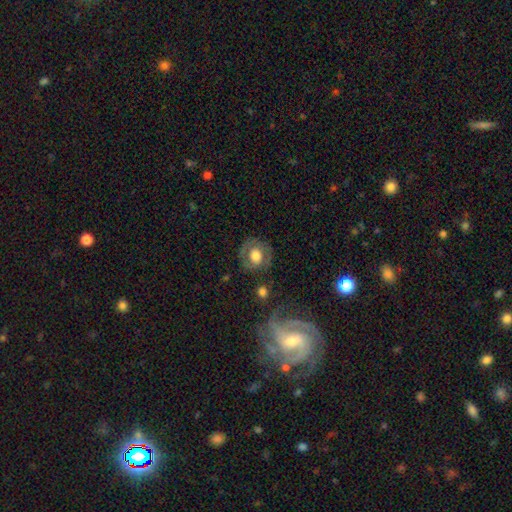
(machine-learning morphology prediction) This appears to be a smooth galaxy with no disk features (51%) that is round (79%). Merging: none (73%).